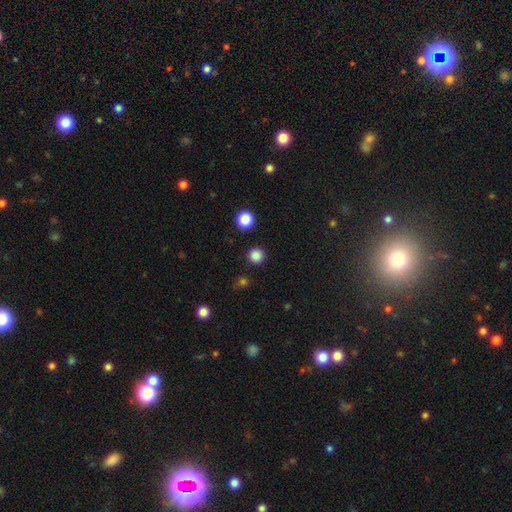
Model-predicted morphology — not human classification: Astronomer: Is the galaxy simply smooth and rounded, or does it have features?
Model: smooth — 84%.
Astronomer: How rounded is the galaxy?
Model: round — 95%.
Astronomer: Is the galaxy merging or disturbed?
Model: none — 91%.